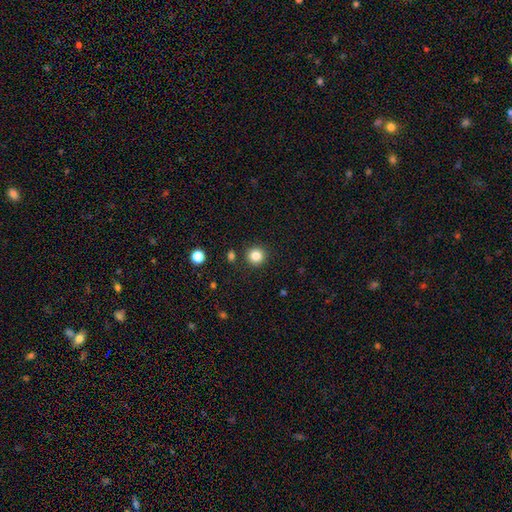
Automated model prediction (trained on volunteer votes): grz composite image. It shows a smooth galaxy with no disk features (84%) that is round (94%). Merging: none (90%).